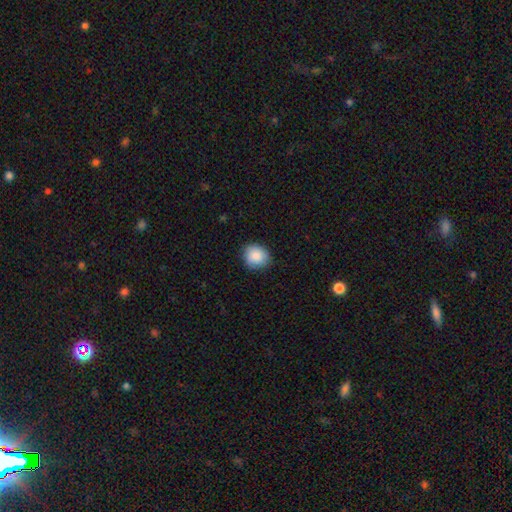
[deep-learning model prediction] Morphology: type=smooth (88%); roundness=round (77%); merging=none (84%).